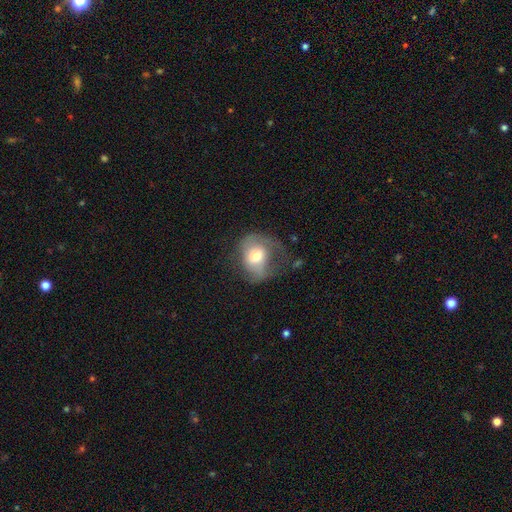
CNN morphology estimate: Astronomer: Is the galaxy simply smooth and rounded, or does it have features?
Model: smooth — 51% (runner-up: featured or disk, 41%).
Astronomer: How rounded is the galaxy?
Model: round — 55% (runner-up: in between, 44%).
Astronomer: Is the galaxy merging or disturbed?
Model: major disturbance — 40% (runner-up: none, 30%).